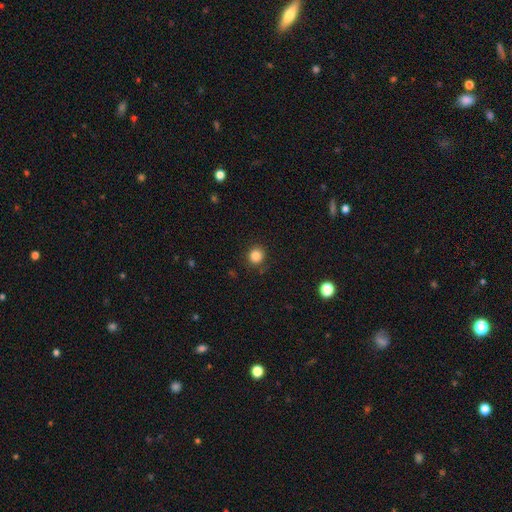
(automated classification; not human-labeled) Q: Smooth or featured?
A: smooth (85%); runner-up: star or artifact (11%)
Q: How rounded?
A: round (90%); runner-up: in between (9%)
Q: Merging?
A: none (88%); runner-up: minor disturbance (8%)